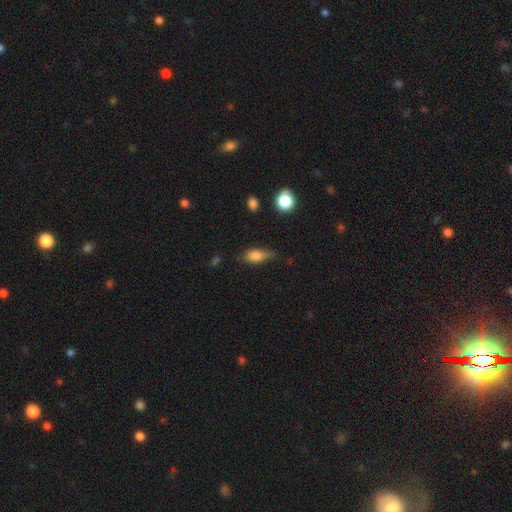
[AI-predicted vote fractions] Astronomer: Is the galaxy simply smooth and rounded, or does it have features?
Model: smooth — 79%.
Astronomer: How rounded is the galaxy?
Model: in between — 79%.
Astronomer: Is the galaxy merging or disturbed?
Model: none — 50% (runner-up: minor disturbance, 37%).